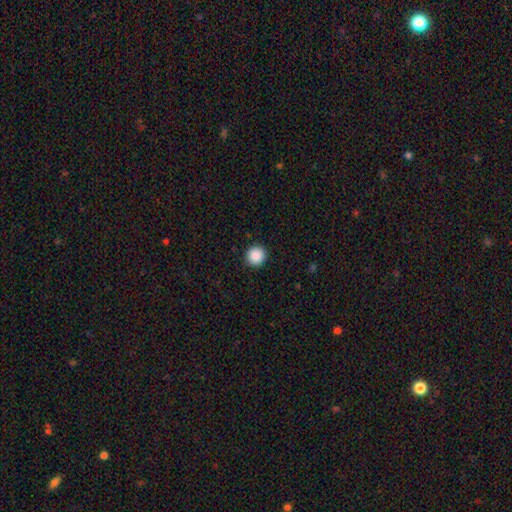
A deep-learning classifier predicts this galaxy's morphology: A smooth galaxy with no disk features (89%) that is round (94%).

Vote fractions:
- Smooth or featured? smooth: 89% / star or artifact: 9% / featured or disk: 3%
- How rounded? round: 94% / in between: 5% / cigar-shaped: 1%
- Merging? none: 92% / minor disturbance: 5% / major disturbance: 2% / merger: 1%